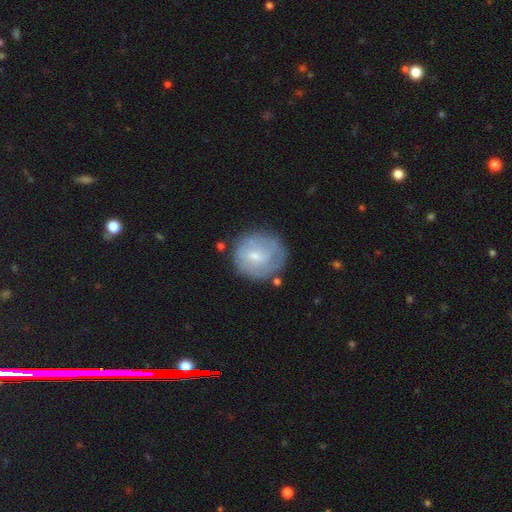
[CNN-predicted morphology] This appears to be a featured or disk galaxy (49%). Merging: none (67%).